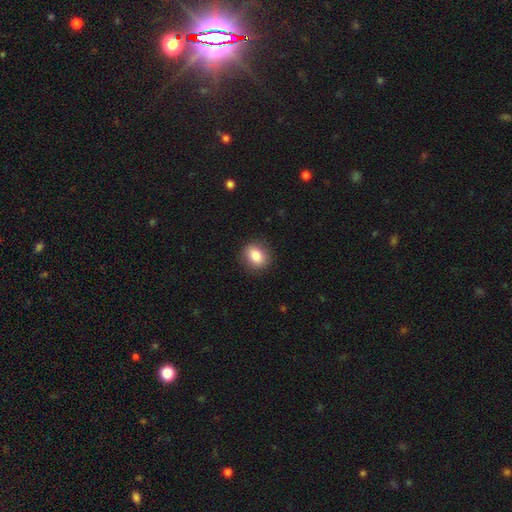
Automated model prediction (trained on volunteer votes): Q: Smooth or featured?
A: smooth (83%); runner-up: star or artifact (9%)
Q: How rounded?
A: round (51%); runner-up: in between (47%)
Q: Merging?
A: none (87%); runner-up: minor disturbance (9%)